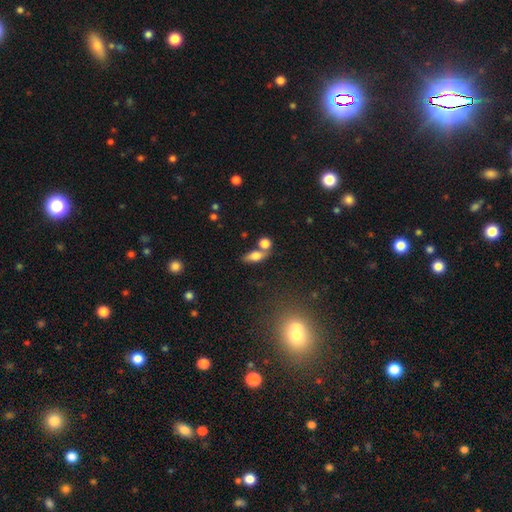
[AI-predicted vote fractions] Smooth or featured? Predicted: smooth (p=0.73). How rounded? Predicted: in between (p=0.74). Merging? Predicted: none (p=0.50).